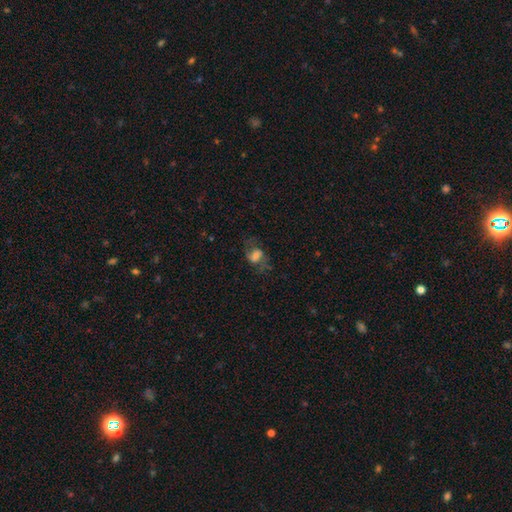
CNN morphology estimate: Q: Smooth or featured?
A: featured or disk (51%); runner-up: smooth (38%)
Q: Edge-on disk?
A: no (95%); runner-up: yes (5%)
Q: Merging?
A: none (58%); runner-up: major disturbance (20%)